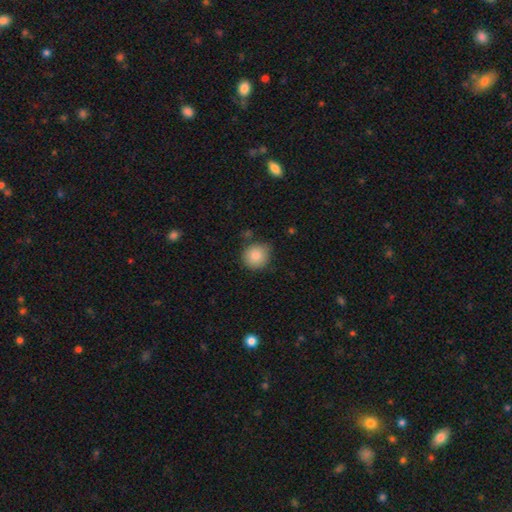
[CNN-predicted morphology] type=smooth (86%); roundness=round (88%); merging=none (76%).